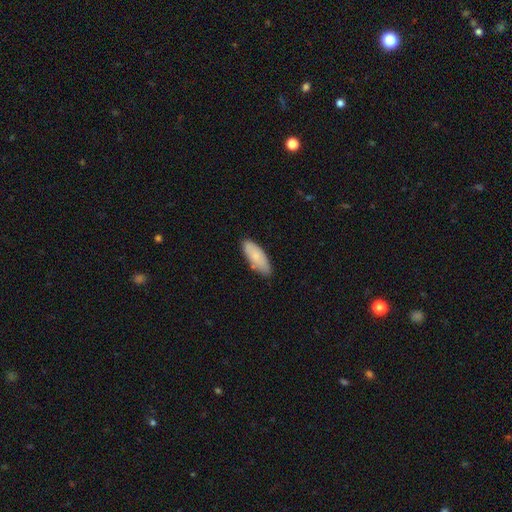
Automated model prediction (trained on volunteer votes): Smooth or featured? Predicted: smooth (p=0.78). How rounded? Predicted: in between (p=0.75). Merging? Predicted: none (p=0.77).